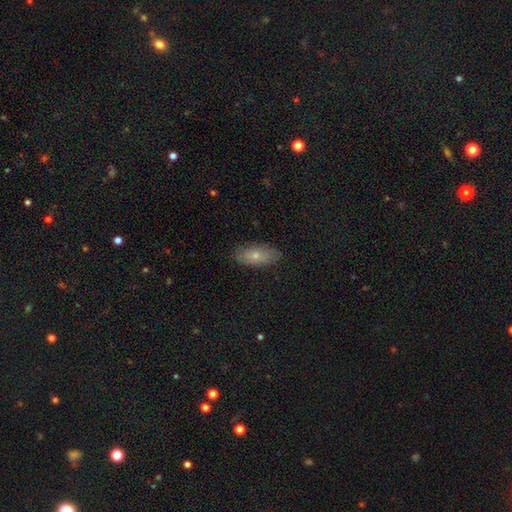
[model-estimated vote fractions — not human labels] Smooth or featured: smooth — 67% (featured or disk — 26%)
How rounded: in between — 86% (cigar-shaped — 10%)
Merging: none — 81% (minor disturbance — 15%)